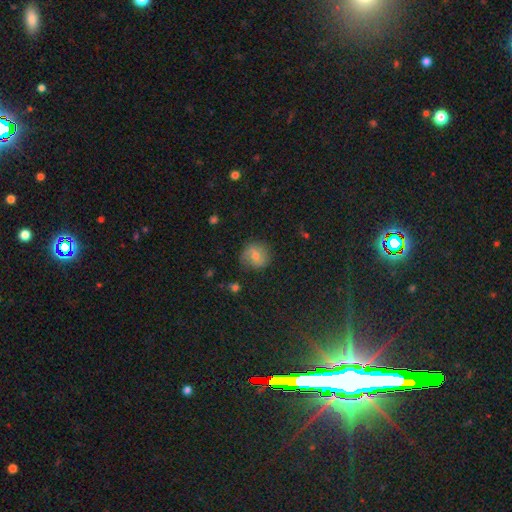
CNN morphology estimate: This appears to be a smooth galaxy with no disk features (47%). Merging: none (77%).